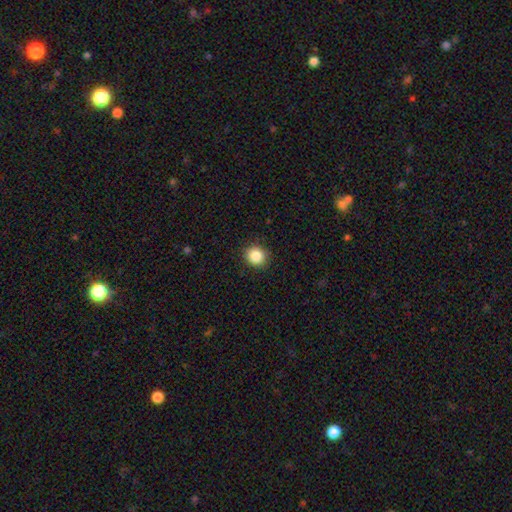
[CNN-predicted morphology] smooth-or-featured: smooth: 86% | star or artifact: 10% | featured or disk: 4%
  how-rounded: round: 84% | in between: 15% | cigar-shaped: 1%
  merging: none: 90% | minor disturbance: 7% | major disturbance: 2% | merger: 1%